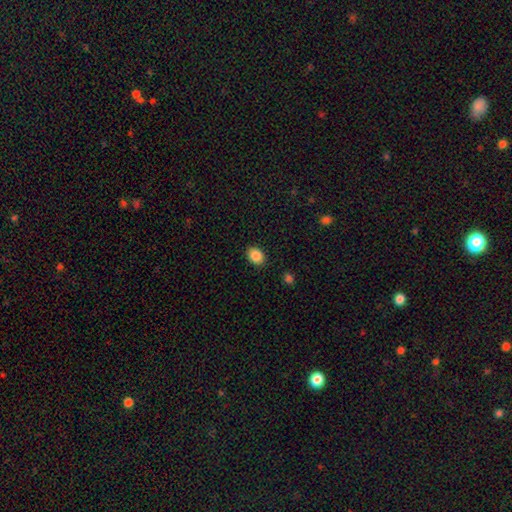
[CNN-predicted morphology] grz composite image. It shows a smooth galaxy with no disk features (88%) that is in between round and cigar-shaped (60%). Merging: none (88%).